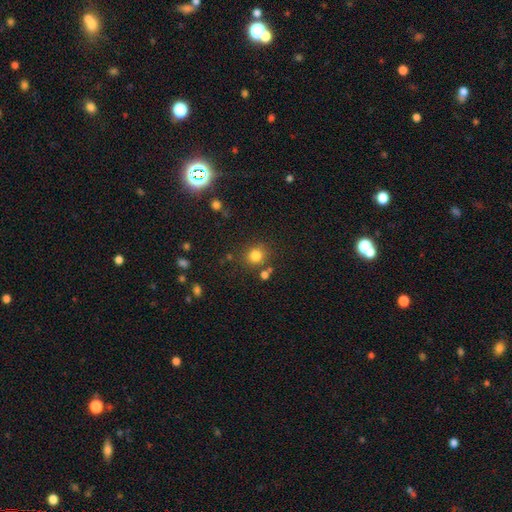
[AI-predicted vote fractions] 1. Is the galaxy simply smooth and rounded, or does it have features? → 81% smooth, 14% star or artifact, 6% featured or disk.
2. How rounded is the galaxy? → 84% round, 15% in between, 1% cigar-shaped.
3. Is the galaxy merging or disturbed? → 77% none, 10% minor disturbance, 9% merger, 4% major disturbance.